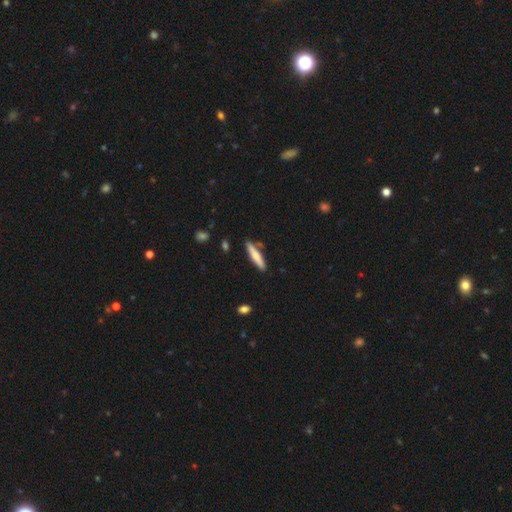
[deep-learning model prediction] Smooth or featured? smooth (64%)
How rounded? cigar-shaped (88%)
Merging? none (83%)